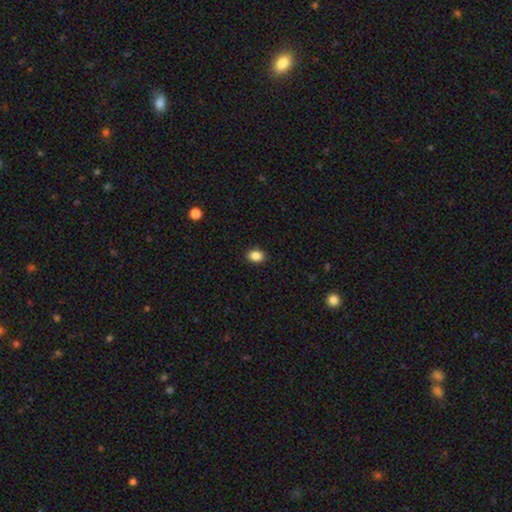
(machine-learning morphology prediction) type=smooth (87%); roundness=in between (74%); merging=none (90%).